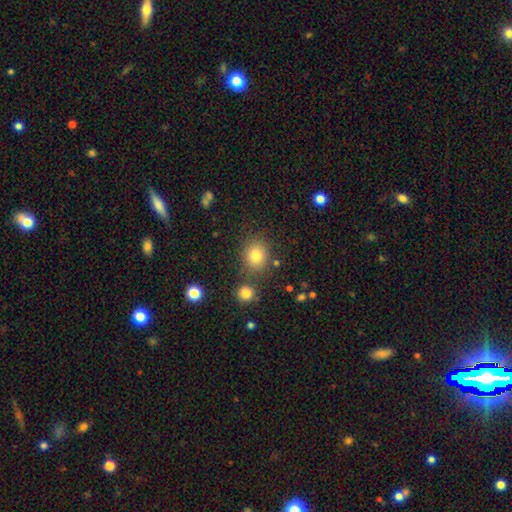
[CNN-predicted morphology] Smooth or featured? Predicted: smooth (p=0.80). How rounded? Predicted: round (p=0.69). Merging? Predicted: none (p=0.77).